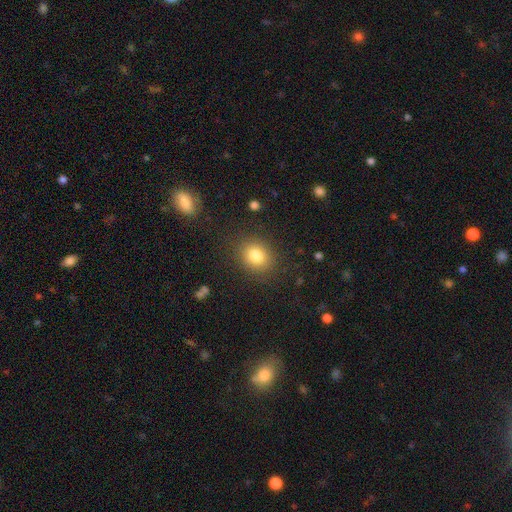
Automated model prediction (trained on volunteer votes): Smooth or featured? smooth (81%)
How rounded? round (60%)
Merging? none (85%)